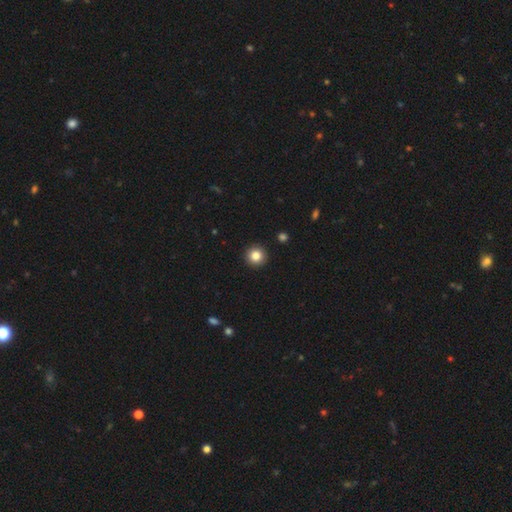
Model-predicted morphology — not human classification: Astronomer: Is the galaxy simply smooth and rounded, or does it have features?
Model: smooth — 84%.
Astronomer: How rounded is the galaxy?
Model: round — 95%.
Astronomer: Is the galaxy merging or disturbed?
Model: none — 93%.